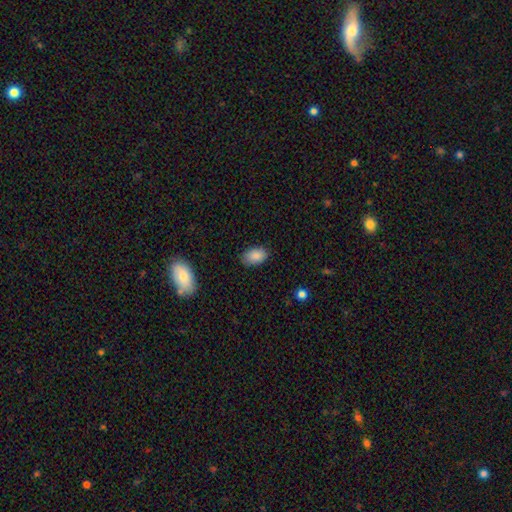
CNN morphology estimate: type=smooth (87%); roundness=in between (90%); merging=none (82%).